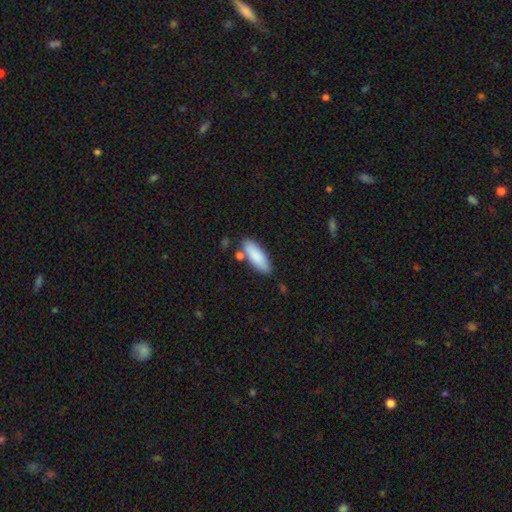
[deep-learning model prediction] Smooth or featured?
  - smooth: 86% *
  - featured or disk: 8%
  - star or artifact: 6%
How rounded?
  - in between: 66% *
  - cigar-shaped: 33%
  - round: 2%
Merging?
  - none: 76% *
  - minor disturbance: 13%
  - merger: 8%
  - major disturbance: 3%